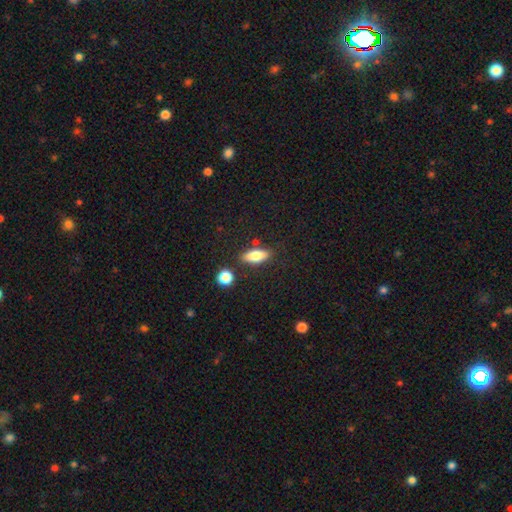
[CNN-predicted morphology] A smooth galaxy with no disk features (76%) that is in between round and cigar-shaped (74%). Merging: none (80%).